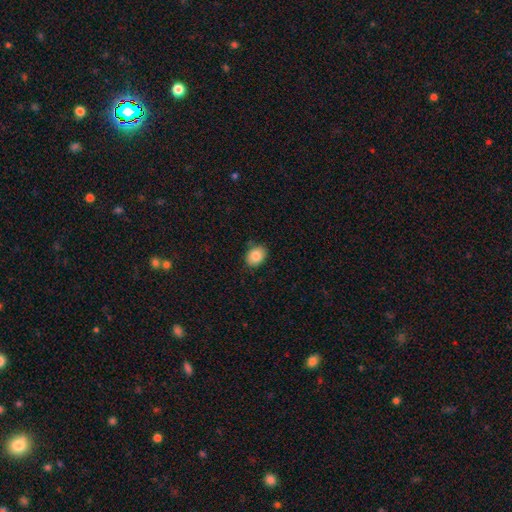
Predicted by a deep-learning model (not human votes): Q: Smooth or featured?
A: smooth (86%); runner-up: star or artifact (8%)
Q: How rounded?
A: in between (66%); runner-up: round (33%)
Q: Merging?
A: none (83%); runner-up: minor disturbance (14%)